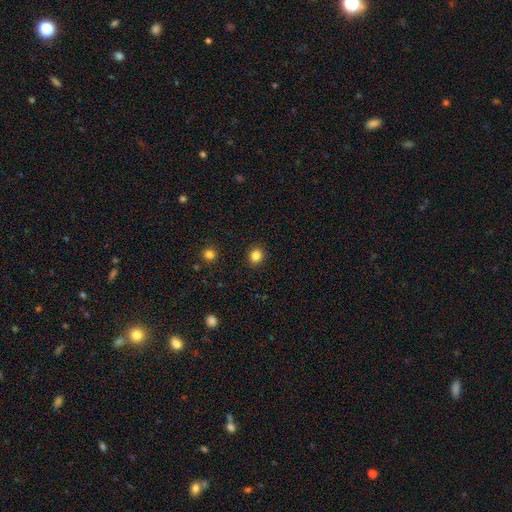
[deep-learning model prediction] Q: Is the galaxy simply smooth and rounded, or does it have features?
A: smooth — 84%.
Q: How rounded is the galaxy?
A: round — 77%.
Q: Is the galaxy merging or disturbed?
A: none — 91%.